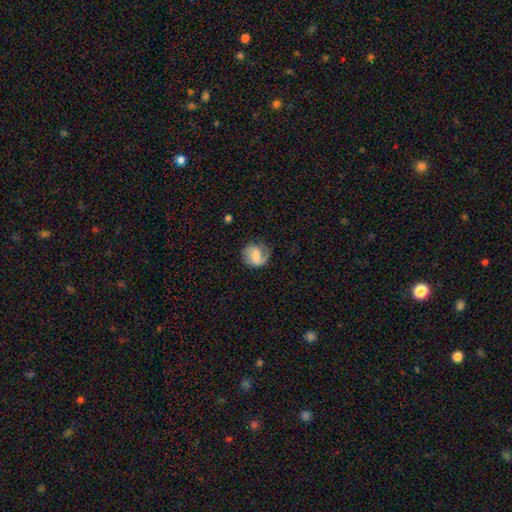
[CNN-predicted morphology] Smooth or featured?
  - featured or disk: 56% *
  - smooth: 37%
  - star or artifact: 7%
Edge-on disk?
  - no: 97% *
  - yes: 3%
Bar?
  - weak: 50% *
  - no: 34%
  - strong: 17%
Spiral arms?
  - yes: 88% *
  - no: 12%
Bulge size?
  - moderate: 40% *
  - small: 30%
  - none: 17%
  - large: 12%
  - dominant: 2%
Merging?
  - none: 67% *
  - minor disturbance: 20%
  - major disturbance: 11%
  - merger: 2%